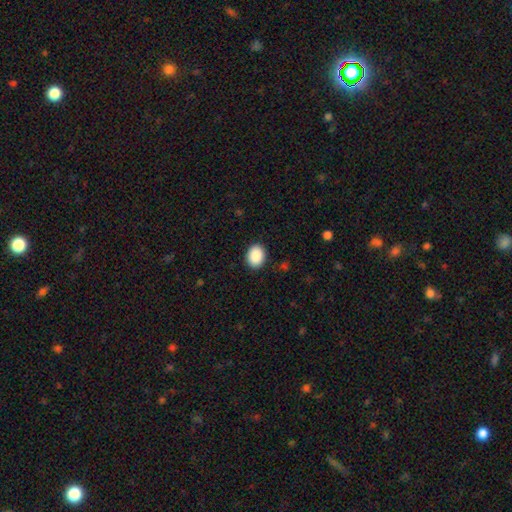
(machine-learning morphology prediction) This is clearly a smooth galaxy (90%). How rounded: possibly in between (58%). Merging: clearly none (90%).